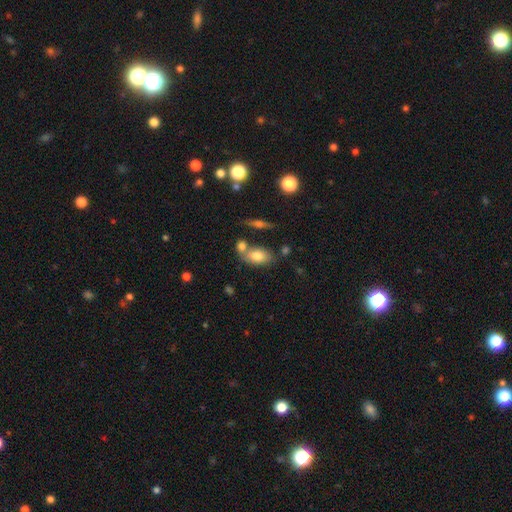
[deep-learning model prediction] This appears to be a smooth galaxy with no disk features (74%) that is in between round and cigar-shaped (89%). Merging: none (57%).